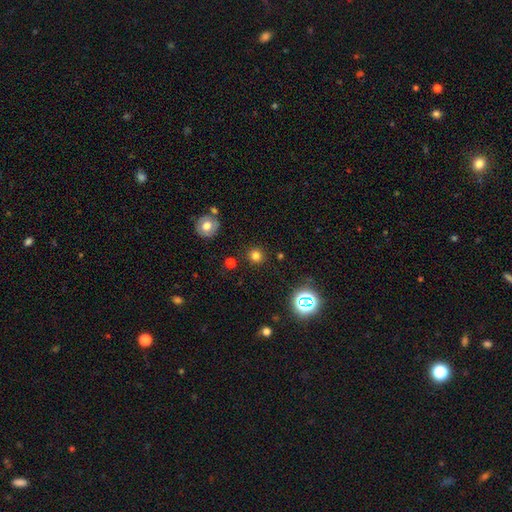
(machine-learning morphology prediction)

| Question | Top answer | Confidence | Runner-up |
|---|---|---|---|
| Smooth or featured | smooth | 74% | star or artifact (19%) |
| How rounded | round | 93% | in between (6%) |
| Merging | none | 88% | minor disturbance (7%) |